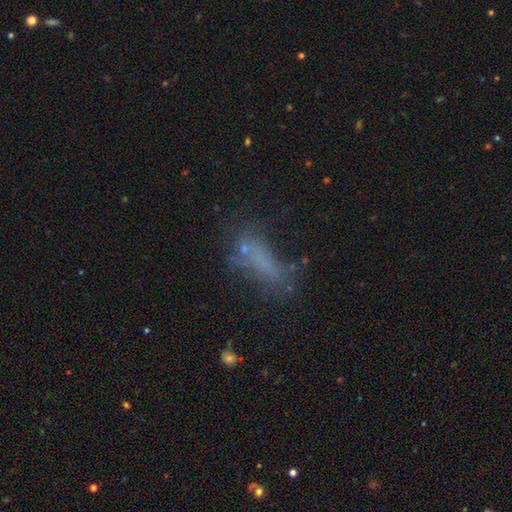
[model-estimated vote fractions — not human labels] Q: Smooth or featured?
A: smooth (46%); runner-up: featured or disk (30%)
Q: Merging?
A: none (40%); runner-up: major disturbance (29%)